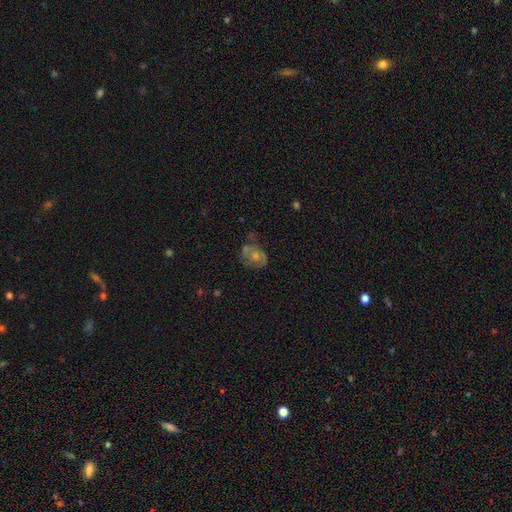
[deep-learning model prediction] Smooth or featured: featured or disk — 56% (smooth — 29%)
Edge-on disk: no — 96% (yes — 4%)
Bar: no — 81% (weak — 15%)
Spiral arms: no — 51% (yes — 49%)
Bulge size: moderate — 59% (small — 28%)
Merging: none — 56% (minor disturbance — 22%)